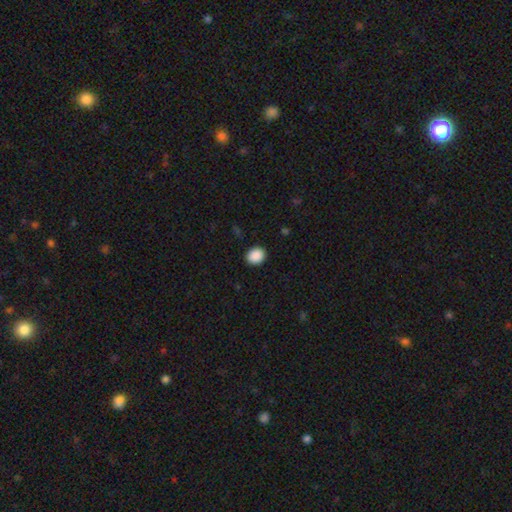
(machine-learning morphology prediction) This is clearly a smooth galaxy (90%). How rounded: possibly round (59%). Merging: clearly none (91%).